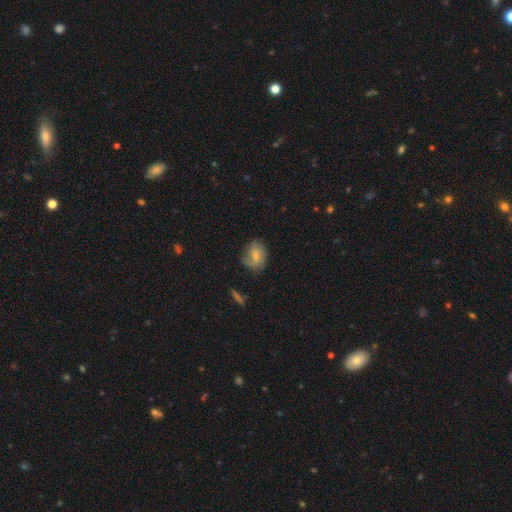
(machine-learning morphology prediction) This is possibly a smooth galaxy (48%). Merging: possibly none (57%).